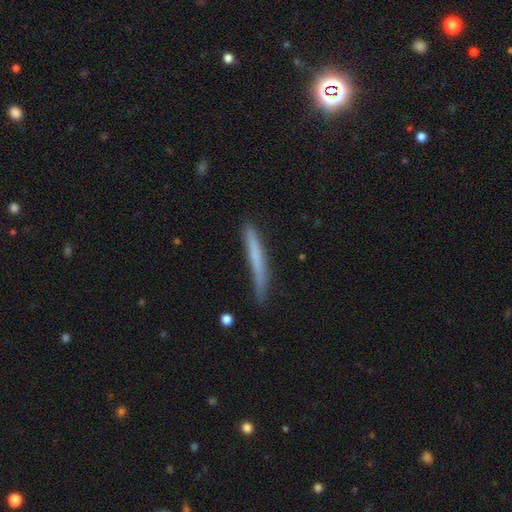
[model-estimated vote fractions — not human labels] This is likely a smooth galaxy (62%). How rounded: clearly cigar-shaped (97%). Merging: likely none (74%).